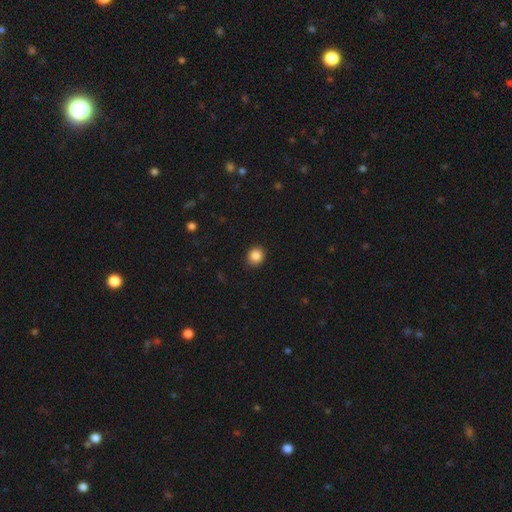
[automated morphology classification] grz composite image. It shows a smooth galaxy with no disk features (86%) that is round (84%). Merging: none (91%).